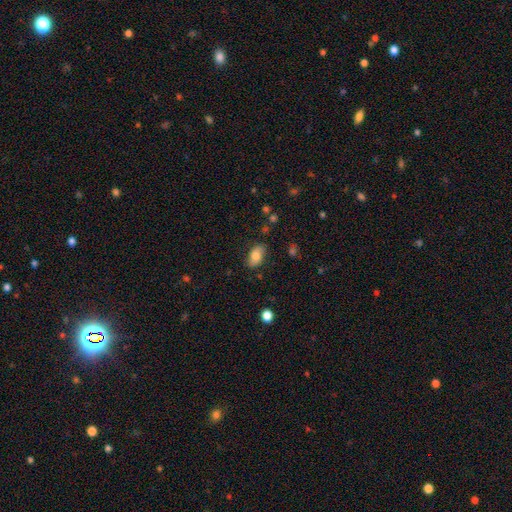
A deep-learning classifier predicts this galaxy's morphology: Smooth or featured? smooth (76%)
How rounded? in between (91%)
Merging? none (79%)